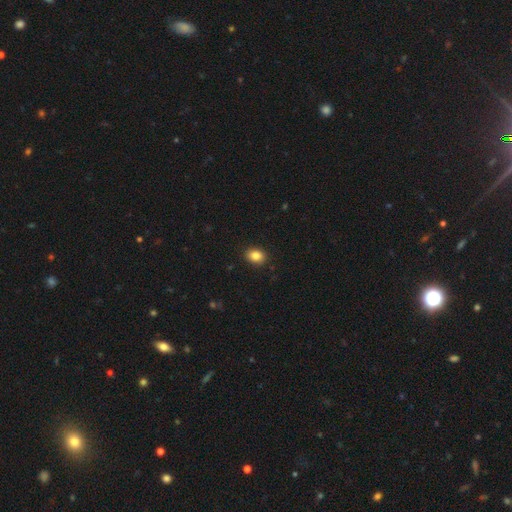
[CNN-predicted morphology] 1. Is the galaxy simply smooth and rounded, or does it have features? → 85% smooth, 9% star or artifact, 5% featured or disk.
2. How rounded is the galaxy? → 60% in between, 39% round, 1% cigar-shaped.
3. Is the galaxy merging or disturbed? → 90% none, 7% minor disturbance, 2% major disturbance, 1% merger.